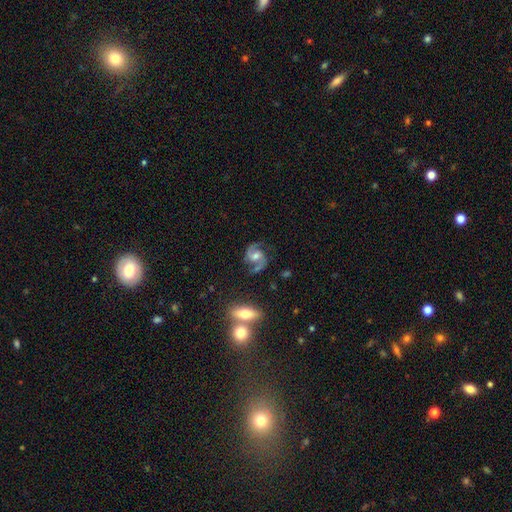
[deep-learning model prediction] The model was most divided on "bar": no: 48%, weak: 38%, strong: 14%. More confident: edge-on disk — no (97%); spiral arms — yes (97%); spiral arm count — 2 (93%); smooth or featured — featured or disk (88%); merging — none (76%); bulge size — moderate (63%); spiral winding — medium (58%).